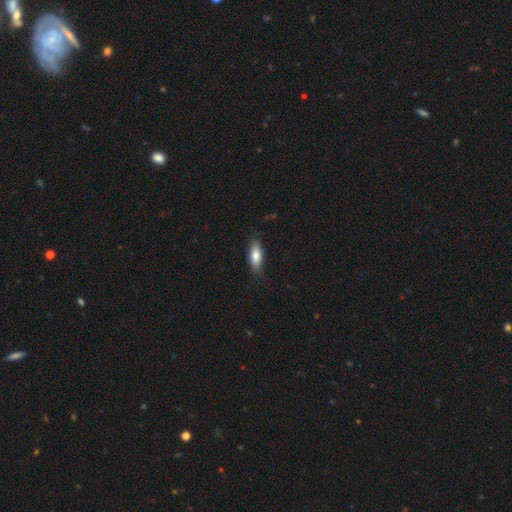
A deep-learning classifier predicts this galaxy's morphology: Overall: smooth (81%). How rounded: in between (76%). Merging: none (82%).